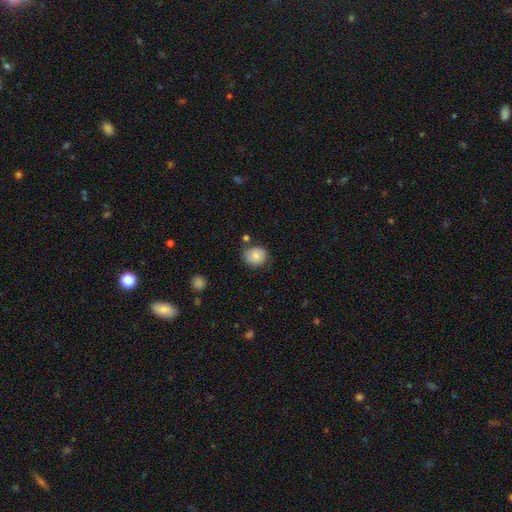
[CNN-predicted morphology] This is clearly a smooth galaxy (81%). How rounded: likely round (71%). Merging: likely none (72%).